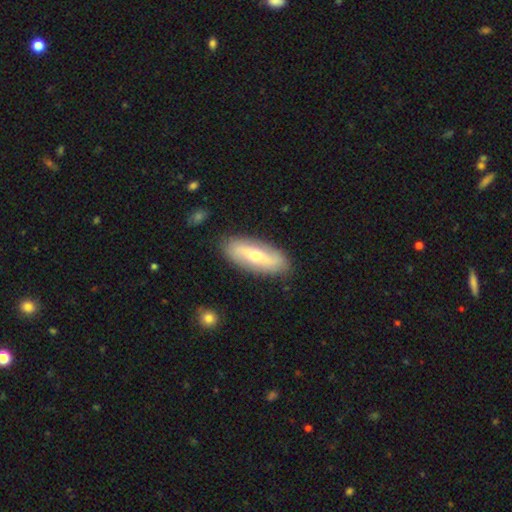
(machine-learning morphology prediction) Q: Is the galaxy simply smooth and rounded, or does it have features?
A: featured or disk — 56%.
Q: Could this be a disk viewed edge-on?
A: no — 77%.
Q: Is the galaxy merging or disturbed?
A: none — 86%.